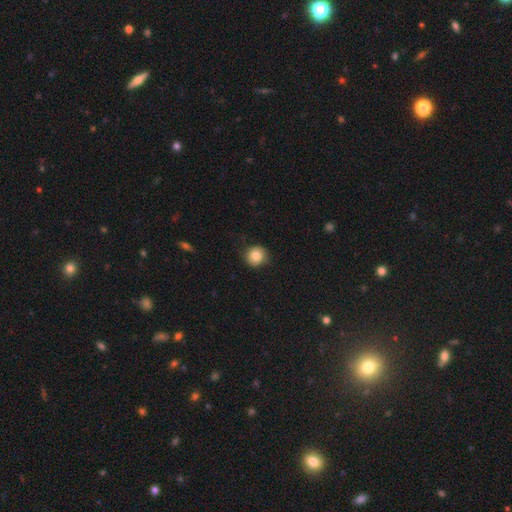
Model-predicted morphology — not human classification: Smooth or featured? Predicted: smooth (p=0.84). How rounded? Predicted: round (p=0.91). Merging? Predicted: none (p=0.82).